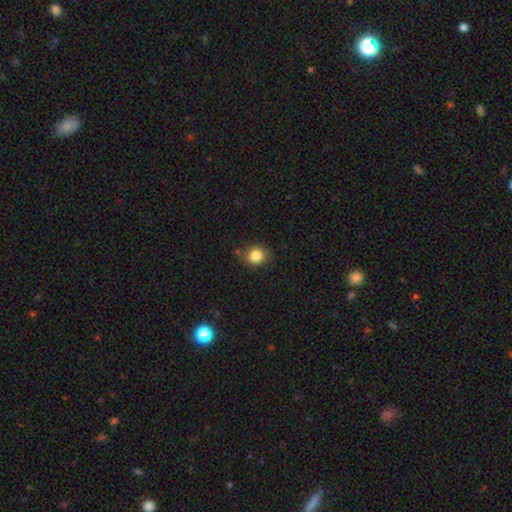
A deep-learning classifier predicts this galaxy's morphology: smooth 84%, star or artifact 10%, featured or disk 6%. Down the decision tree: how rounded — round (74%); merging — none (80%).